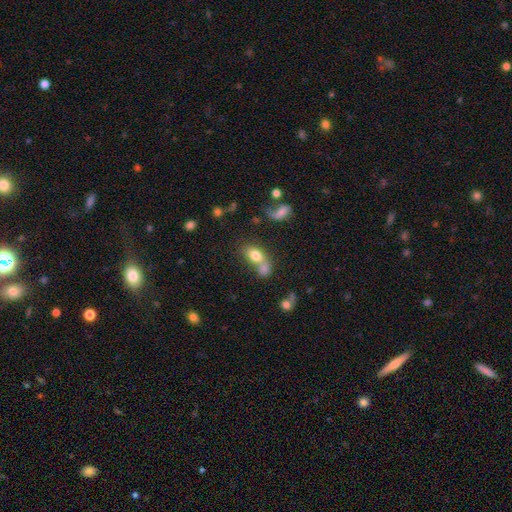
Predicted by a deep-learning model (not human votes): Smooth or featured: smooth — 75% (featured or disk — 14%)
How rounded: in between — 74% (round — 23%)
Merging: merger — 58% (none — 26%)